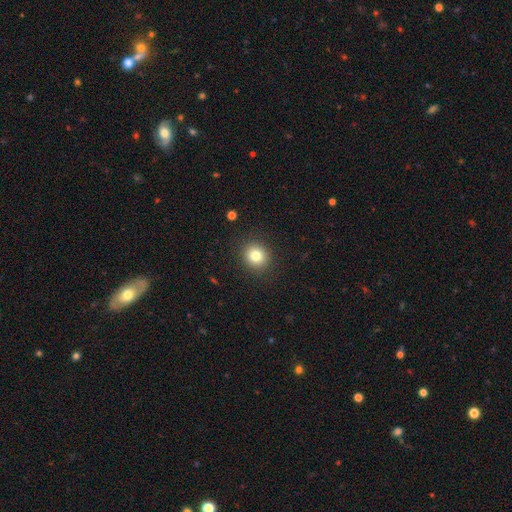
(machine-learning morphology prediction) type=smooth (81%); roundness=round (83%); merging=none (90%).